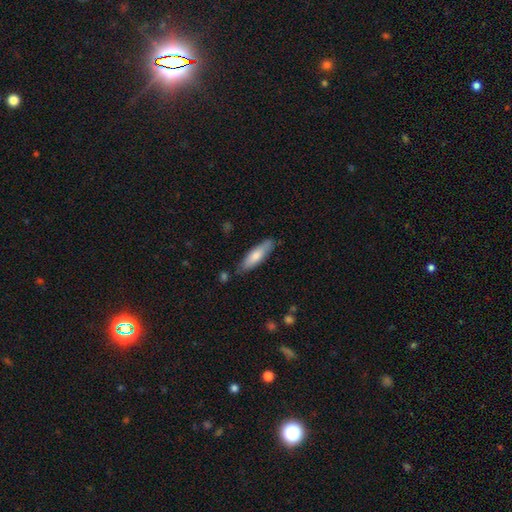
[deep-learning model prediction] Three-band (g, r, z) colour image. It shows a smooth galaxy with no disk features (73%) that is cigar-shaped (61%). Merging: none (79%).